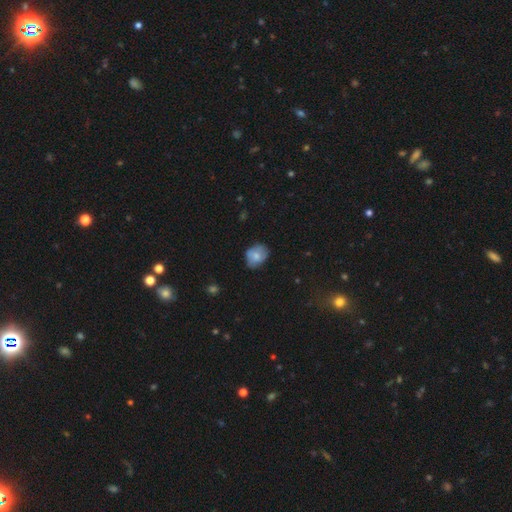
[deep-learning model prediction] A smooth galaxy with no disk features (71%) that is in between round and cigar-shaped (54%).

Vote fractions:
- Smooth or featured? smooth: 71% / featured or disk: 21% / star or artifact: 8%
- How rounded? in between: 54% / round: 45% / cigar-shaped: 1%
- Merging? none: 64% / minor disturbance: 28% / major disturbance: 6% / merger: 2%